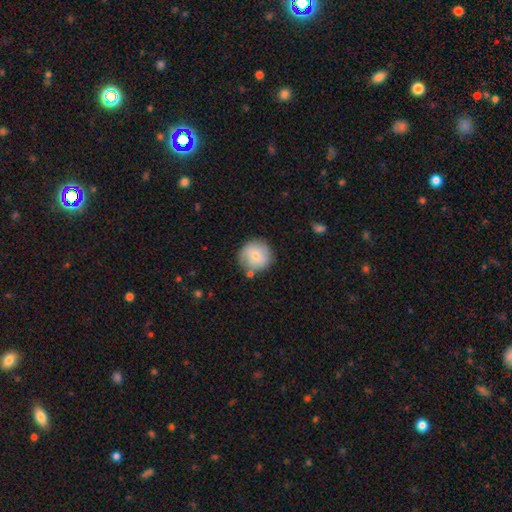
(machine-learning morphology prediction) smooth 71%, featured or disk 22%, star or artifact 7%. Down the decision tree: how rounded — round (94%); merging — none (75%).